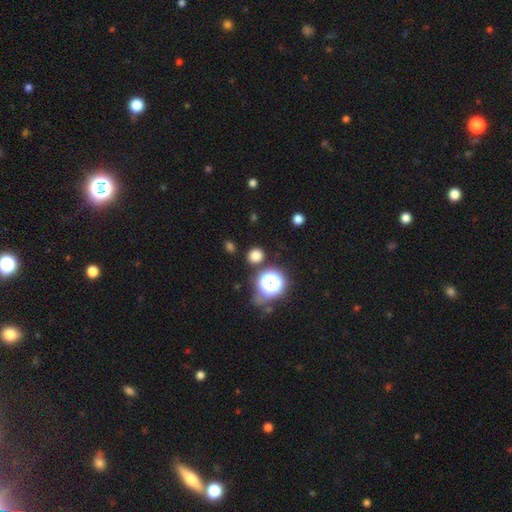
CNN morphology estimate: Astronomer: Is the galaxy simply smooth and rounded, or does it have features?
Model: smooth — 74%.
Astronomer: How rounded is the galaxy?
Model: round — 87%.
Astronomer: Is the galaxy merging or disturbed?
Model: none — 86%.